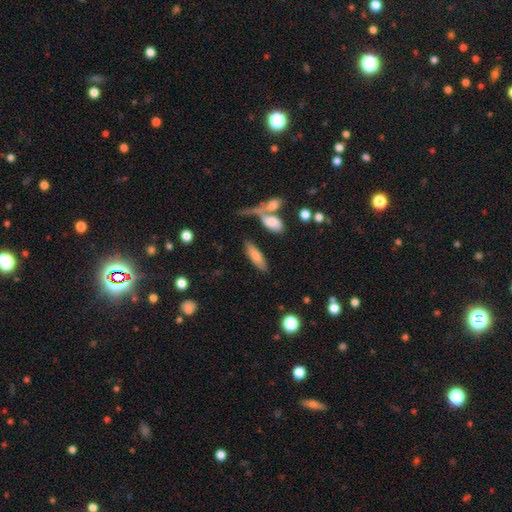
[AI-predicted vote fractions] smooth 76%, featured or disk 17%, star or artifact 7%. Down the decision tree: how rounded — in between (50%); merging — none (67%).